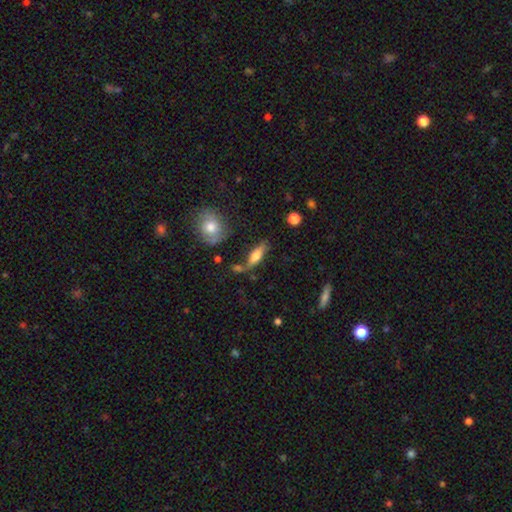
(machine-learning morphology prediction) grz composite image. It shows a smooth galaxy with no disk features (58%) that is in between round and cigar-shaped (52%). Merging: none (58%).